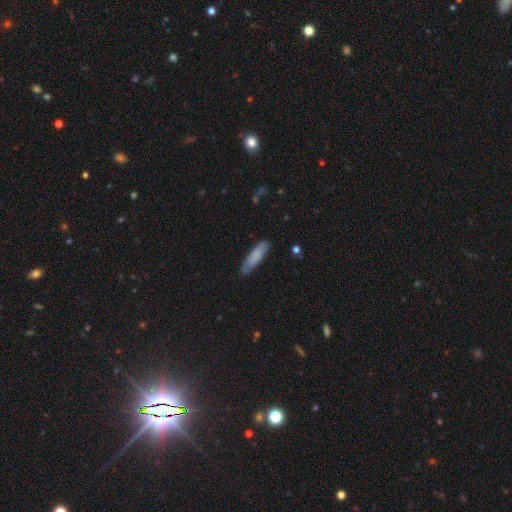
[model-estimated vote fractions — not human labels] Smooth or featured: smooth — 76% (featured or disk — 18%)
How rounded: cigar-shaped — 69% (in between — 30%)
Merging: none — 76% (minor disturbance — 18%)